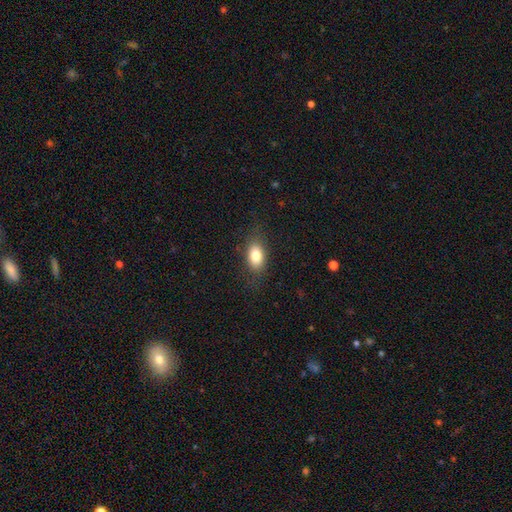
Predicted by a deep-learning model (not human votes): The model was most divided on "merging": none: 81%, minor disturbance: 13%, major disturbance: 5%, merger: 1%. More confident: how rounded — in between (86%); smooth or featured — smooth (81%).